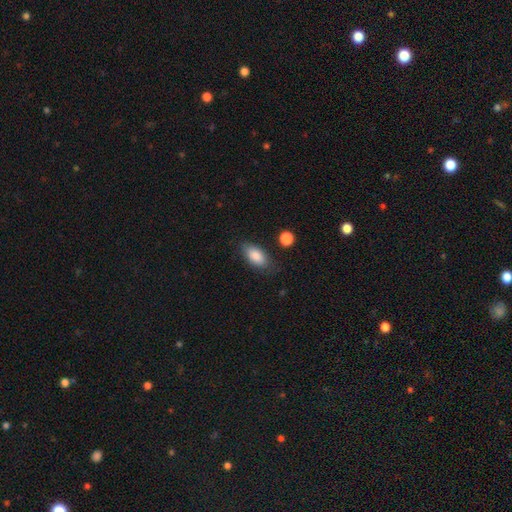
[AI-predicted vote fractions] Smooth or featured? Predicted: smooth (p=0.85). How rounded? Predicted: in between (p=0.90). Merging? Predicted: none (p=0.77).